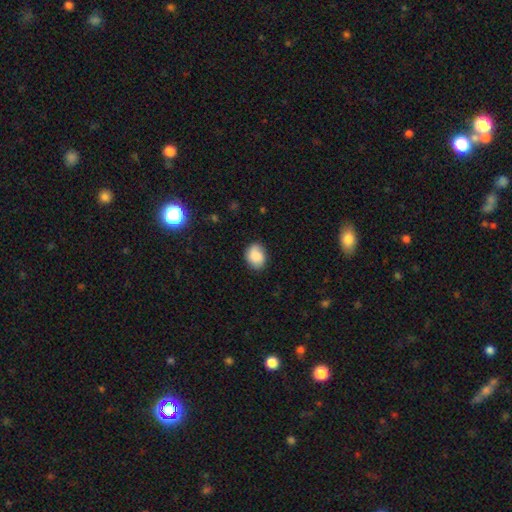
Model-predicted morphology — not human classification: This is clearly a smooth galaxy (83%). How rounded: possibly in between (53%). Merging: likely none (78%).